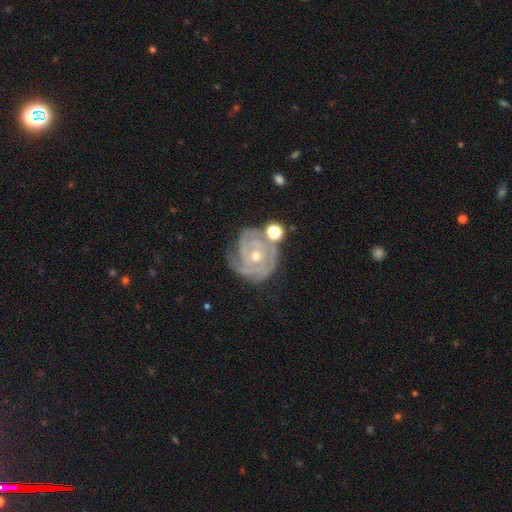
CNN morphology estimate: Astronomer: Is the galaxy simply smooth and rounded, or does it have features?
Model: featured or disk — 85%.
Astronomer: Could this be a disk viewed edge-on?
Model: no — 97%.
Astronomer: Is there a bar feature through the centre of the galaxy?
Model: no — 74%.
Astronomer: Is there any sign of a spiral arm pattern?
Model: yes — 95%.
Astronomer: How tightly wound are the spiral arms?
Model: tight — 74%.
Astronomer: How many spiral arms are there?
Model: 3 — 35% (runner-up: can't tell, 25%).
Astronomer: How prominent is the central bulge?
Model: moderate — 51% (runner-up: small, 45%).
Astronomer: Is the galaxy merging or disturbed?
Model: none — 60%.